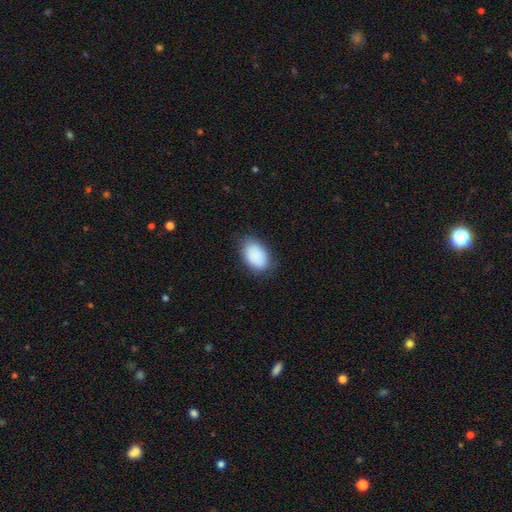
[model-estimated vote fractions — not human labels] smooth_or_featured: smooth (p=0.90) [alt: star or artifact p=0.06]
how_rounded: in between (p=0.90) [alt: round p=0.09]
merging: none (p=0.82) [alt: minor disturbance p=0.14]